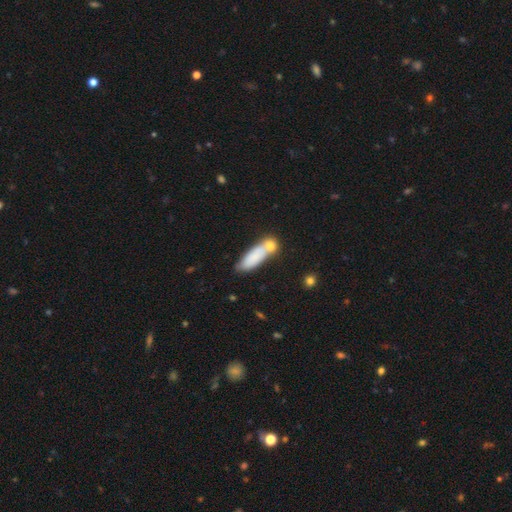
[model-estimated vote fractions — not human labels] A smooth galaxy with no disk features (77%) that is cigar-shaped (55%).

Vote fractions:
- Smooth or featured? smooth: 77% / featured or disk: 16% / star or artifact: 7%
- How rounded? cigar-shaped: 55% / in between: 42% / round: 2%
- Merging? none: 48% / merger: 32% / minor disturbance: 15% / major disturbance: 5%